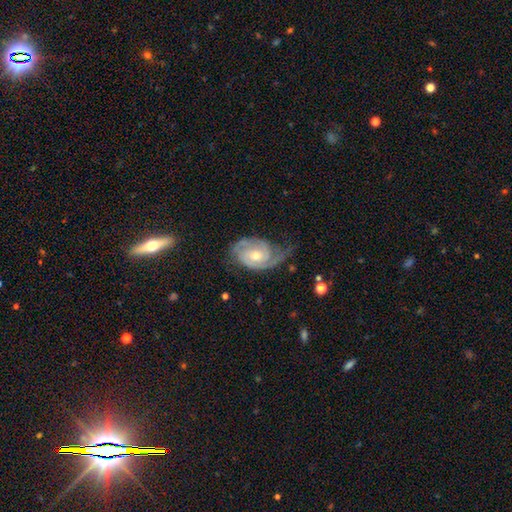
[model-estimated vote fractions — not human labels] Smooth or featured?
  - featured or disk: 89% *
  - smooth: 6%
  - star or artifact: 4%
Edge-on disk?
  - no: 97% *
  - yes: 3%
Bar?
  - no: 63% *
  - weak: 30%
  - strong: 6%
Spiral arms?
  - yes: 97% *
  - no: 3%
Spiral winding?
  - tight: 57% *
  - medium: 35%
  - loose: 8%
Spiral arm count?
  - 2: 69% *
  - 3: 12%
  - can't tell: 10%
  - 1: 5%
  - 4: 3%
  - more than 4: 2%
Bulge size?
  - moderate: 53% *
  - small: 43%
  - large: 2%
  - none: 1%
  - dominant: 1%
Merging?
  - none: 59% *
  - minor disturbance: 25%
  - major disturbance: 14%
  - merger: 2%